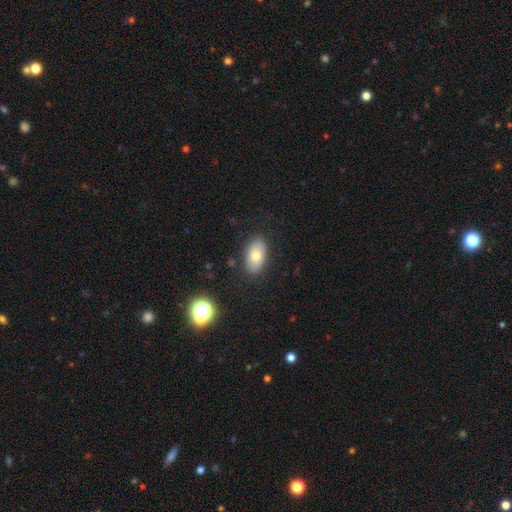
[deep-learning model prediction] This is likely a smooth galaxy (75%). How rounded: clearly in between (92%). Merging: clearly none (86%).